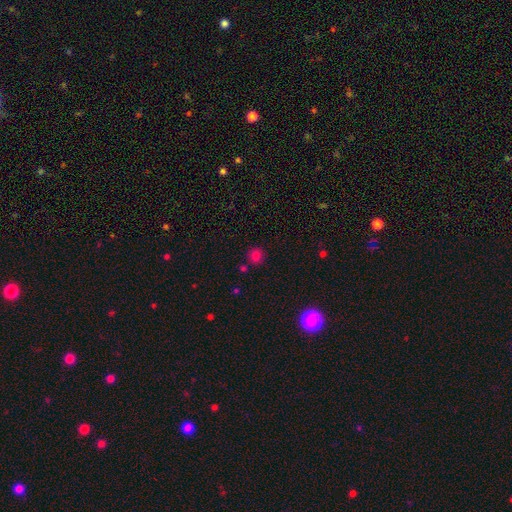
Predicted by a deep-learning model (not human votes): smooth-or-featured: smooth: 78% | star or artifact: 17% | featured or disk: 5%
  how-rounded: round: 90% | in between: 9% | cigar-shaped: 1%
  merging: none: 82% | minor disturbance: 9% | merger: 7% | major disturbance: 2%